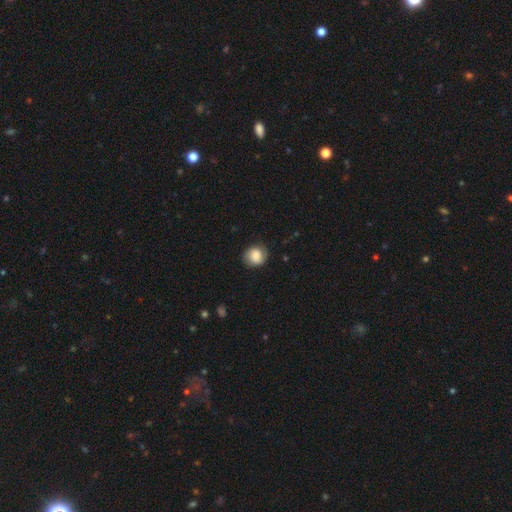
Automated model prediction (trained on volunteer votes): Smooth or featured? smooth (78%)
How rounded? round (83%)
Merging? none (80%)